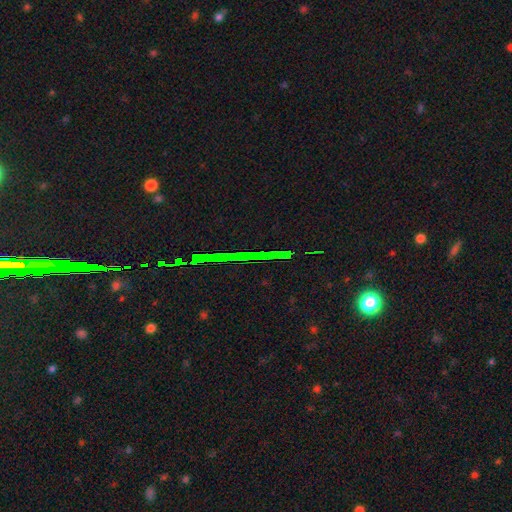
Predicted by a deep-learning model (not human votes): Smooth or featured?
  - star or artifact: 80% *
  - featured or disk: 11%
  - smooth: 10%